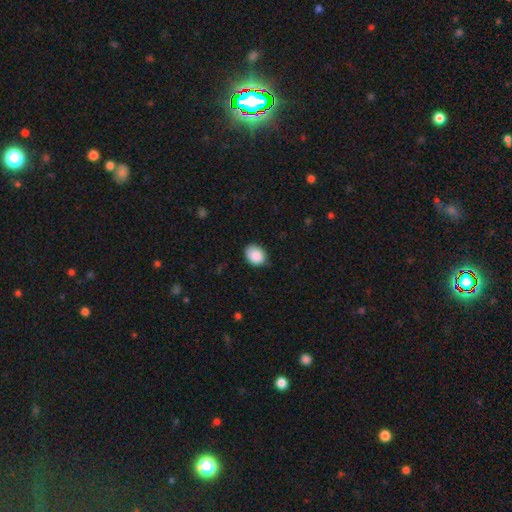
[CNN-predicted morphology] This is clearly a smooth galaxy (88%). How rounded: possibly in between (58%). Merging: likely none (75%).